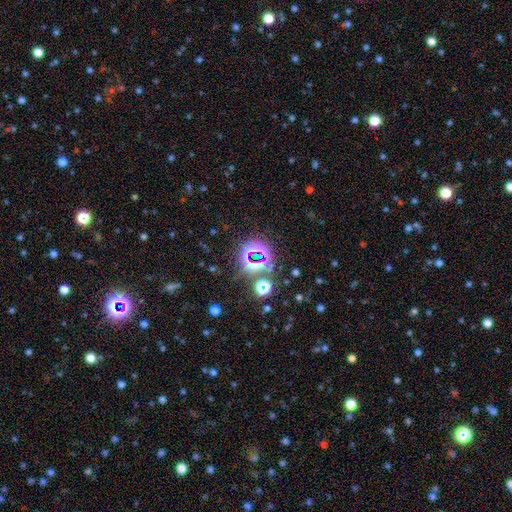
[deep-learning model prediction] This appears to be a star or artifact, not a galaxy (73%).